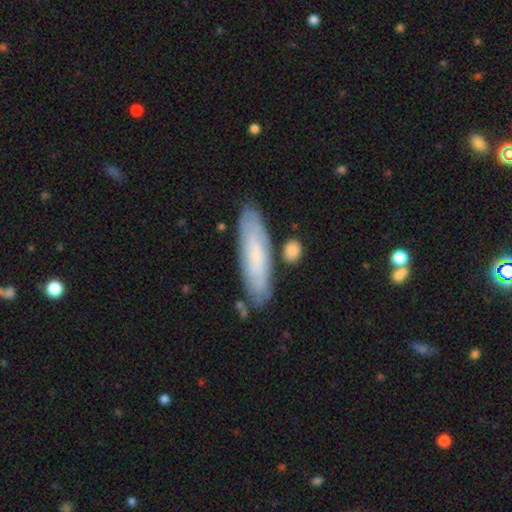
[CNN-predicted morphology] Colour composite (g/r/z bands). It shows a smooth galaxy with no disk features (55%) that is cigar-shaped (67%). Merging: none (78%).